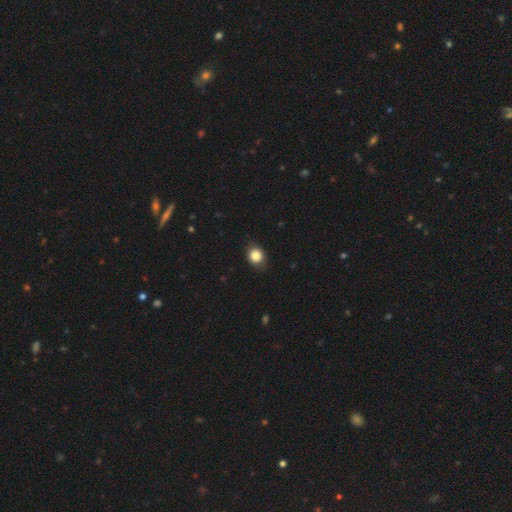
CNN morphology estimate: Smooth or featured?
  - smooth: 84% *
  - star or artifact: 10%
  - featured or disk: 6%
How rounded?
  - round: 60% *
  - in between: 39%
  - cigar-shaped: 1%
Merging?
  - none: 83% *
  - minor disturbance: 14%
  - major disturbance: 3%
  - merger: 1%